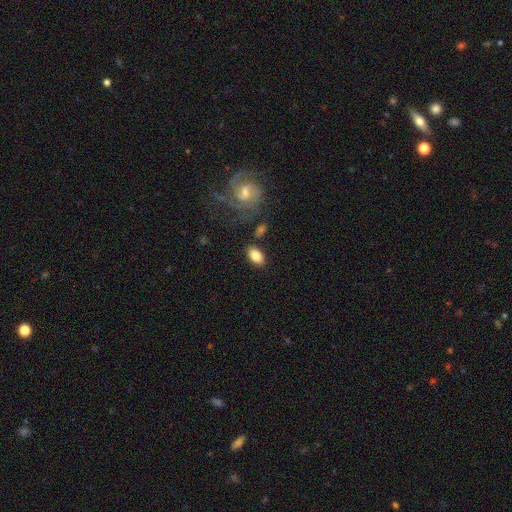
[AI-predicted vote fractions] Smooth or featured?
  - smooth: 83% *
  - featured or disk: 11%
  - star or artifact: 7%
How rounded?
  - in between: 91% *
  - round: 7%
  - cigar-shaped: 2%
Merging?
  - none: 79% *
  - minor disturbance: 12%
  - merger: 5%
  - major disturbance: 4%